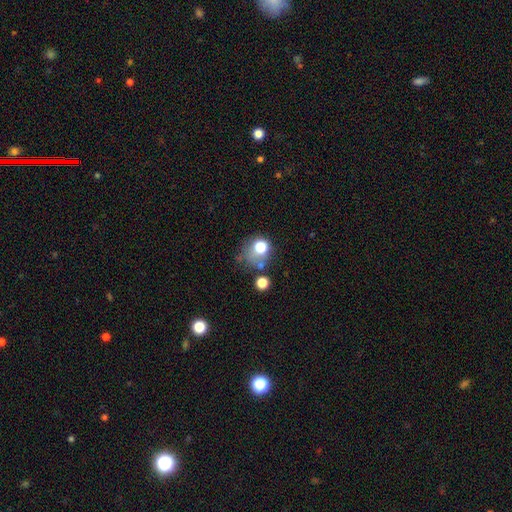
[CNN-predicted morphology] smooth-or-featured: smooth: 65% | star or artifact: 20% | featured or disk: 14%
  how-rounded: round: 76% | in between: 23% | cigar-shaped: 1%
  merging: none: 48% | minor disturbance: 18% | major disturbance: 18% | merger: 16%